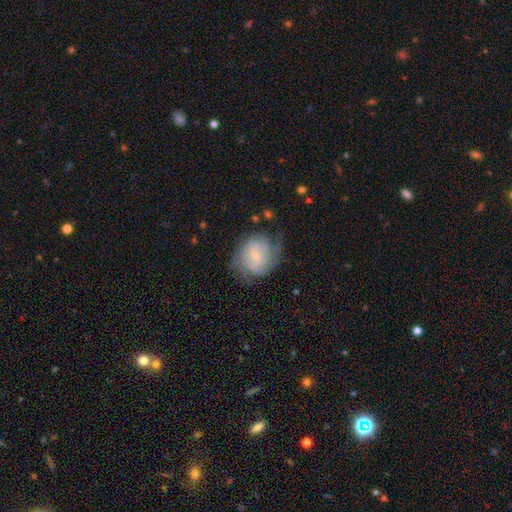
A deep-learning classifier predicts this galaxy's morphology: smooth_or_featured: featured or disk (p=0.73) [alt: smooth p=0.20]
disk_edge_on: no (p=0.98) [alt: yes p=0.02]
bar: weak (p=0.47) [alt: no p=0.44]
has_spiral_arms: yes (p=0.91) [alt: no p=0.09]
spiral_winding: tight (p=0.58) [alt: medium p=0.33]
spiral_arm_count: can't tell (p=0.36) [alt: 2 p=0.32]
bulge_size: small (p=0.66) [alt: moderate p=0.25]
merging: none (p=0.62) [alt: minor disturbance p=0.23]